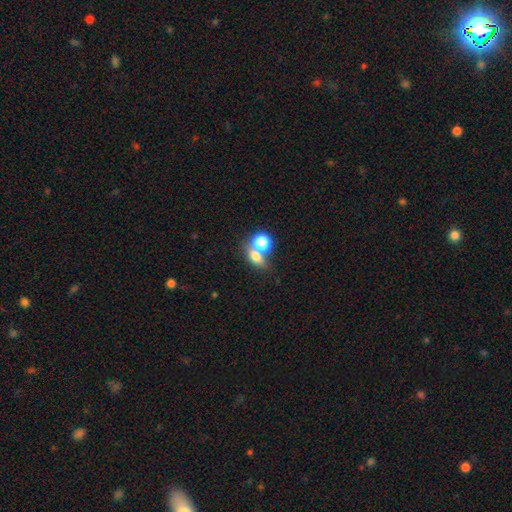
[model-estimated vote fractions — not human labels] This appears to be a smooth galaxy with no disk features (72%) that is in between round and cigar-shaped (61%). Merging: merger (47%).